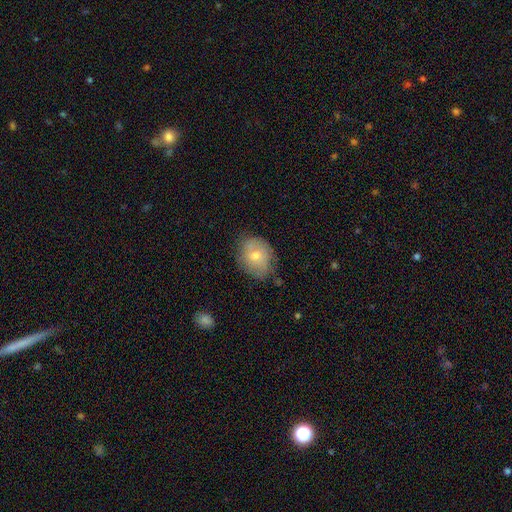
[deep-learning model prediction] Smooth or featured? smooth (56%)
How rounded? in between (54%)
Merging? none (71%)